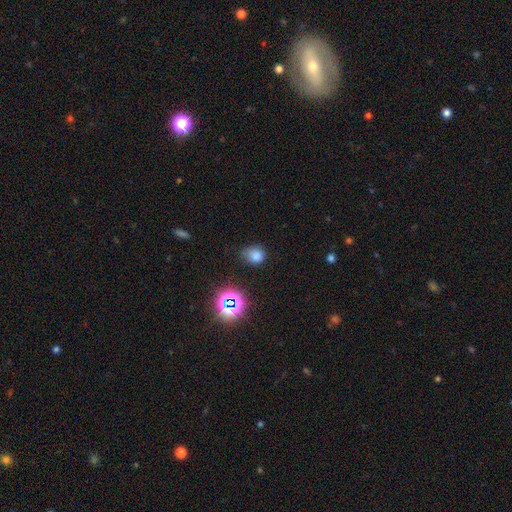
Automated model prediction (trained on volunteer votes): Overall: smooth (74%). How rounded: round (63%; in between 36%). Merging: none (60%; minor disturbance 29%).